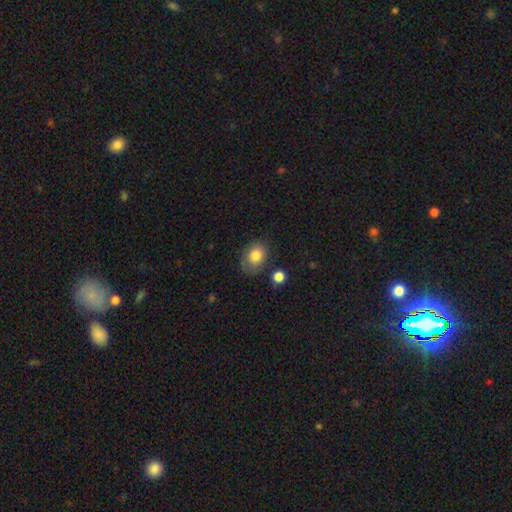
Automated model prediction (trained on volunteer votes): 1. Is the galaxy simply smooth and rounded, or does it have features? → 81% smooth, 10% featured or disk, 9% star or artifact.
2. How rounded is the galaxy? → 63% in between, 36% round, 1% cigar-shaped.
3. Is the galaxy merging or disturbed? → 68% none, 21% minor disturbance, 6% major disturbance, 5% merger.